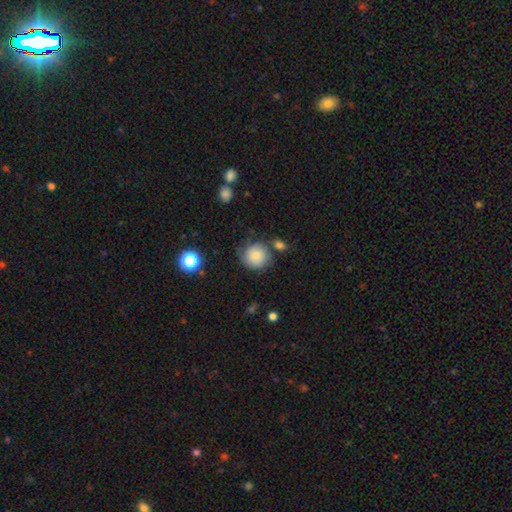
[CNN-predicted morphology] A smooth galaxy with no disk features (78%) that is round (90%). Merging: none (70%).